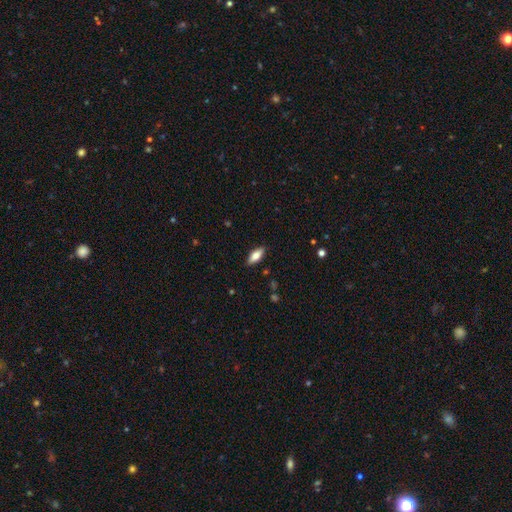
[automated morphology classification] type=smooth (72%); roundness=in between (76%); merging=none (88%).